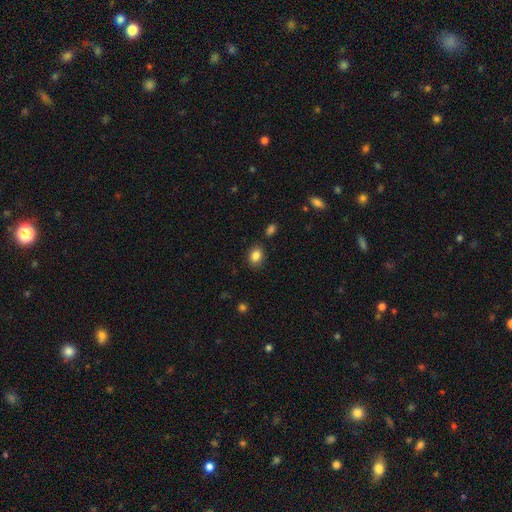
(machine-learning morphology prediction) This appears to be a smooth galaxy with no disk features (85%) that is in between round and cigar-shaped (52%). Merging: none (83%).